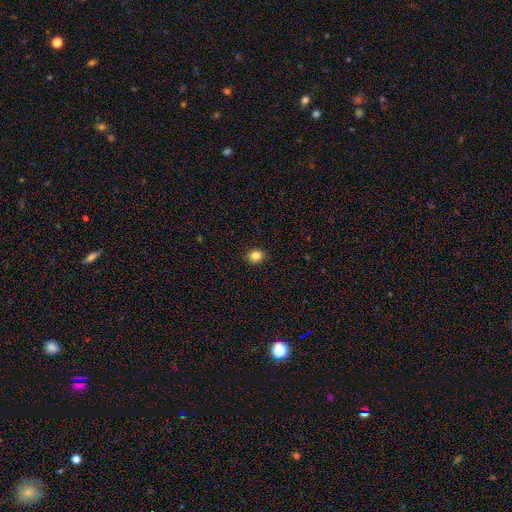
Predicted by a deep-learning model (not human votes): Smooth or featured? Predicted: smooth (p=0.84). How rounded? Predicted: round (p=0.64). Merging? Predicted: none (p=0.91).